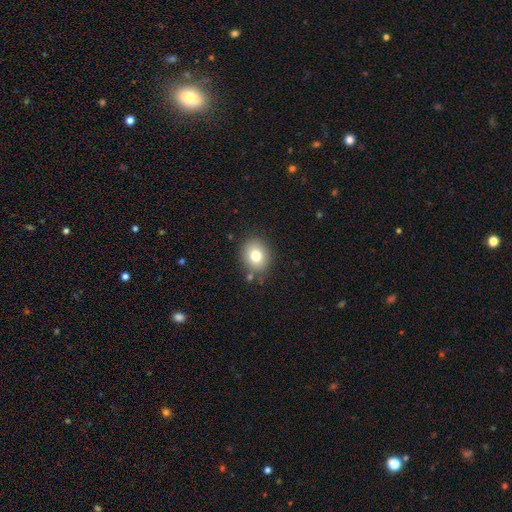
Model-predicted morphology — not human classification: A smooth galaxy with no disk features (78%) that is round (59%). Merging: none (80%).